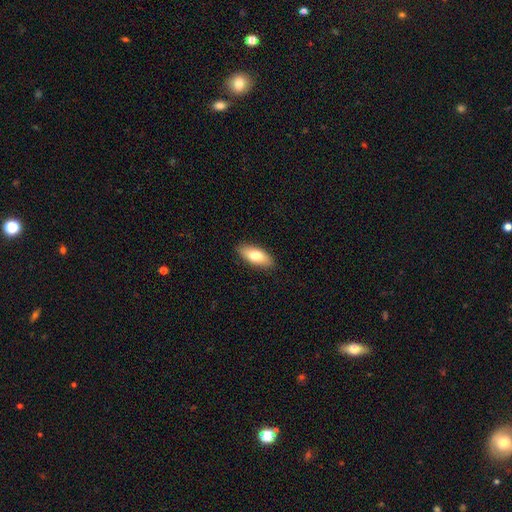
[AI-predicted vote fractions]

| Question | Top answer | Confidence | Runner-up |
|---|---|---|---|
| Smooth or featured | smooth | 75% | featured or disk (19%) |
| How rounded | in between | 83% | cigar-shaped (14%) |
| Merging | none | 89% | minor disturbance (8%) |